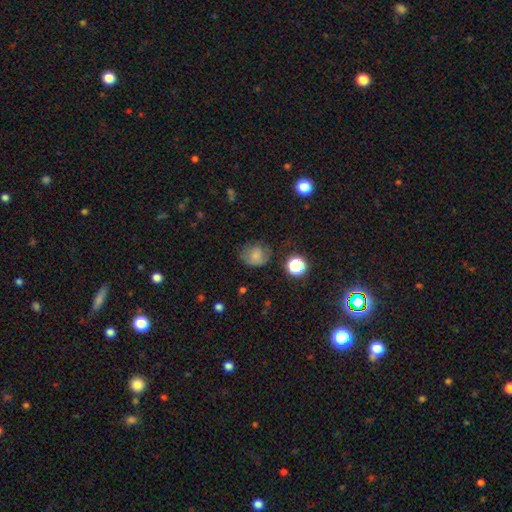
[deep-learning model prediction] A smooth galaxy with no disk features (75%) that is round (67%).

Vote fractions:
- Smooth or featured? smooth: 75% / star or artifact: 14% / featured or disk: 12%
- How rounded? round: 67% / in between: 32% / cigar-shaped: 1%
- Merging? none: 60% / minor disturbance: 26% / major disturbance: 11% / merger: 2%